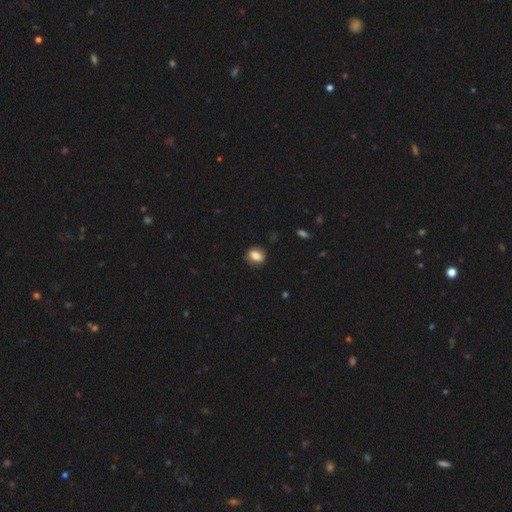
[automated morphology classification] Overall: smooth (79%). How rounded: in between (58%; round 40%). Merging: none (83%).